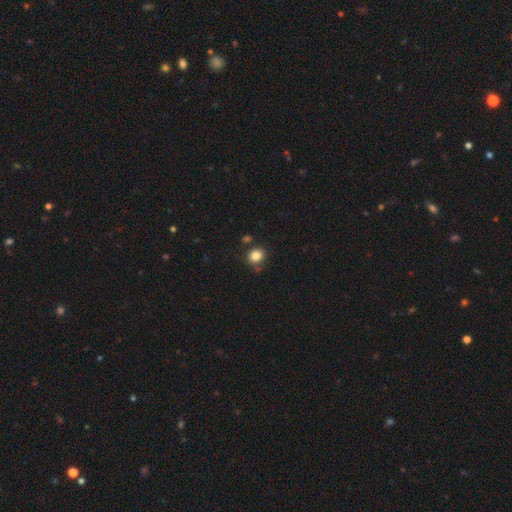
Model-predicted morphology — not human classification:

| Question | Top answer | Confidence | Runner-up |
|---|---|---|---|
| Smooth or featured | smooth | 84% | star or artifact (11%) |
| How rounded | round | 74% | in between (25%) |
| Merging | none | 77% | minor disturbance (12%) |